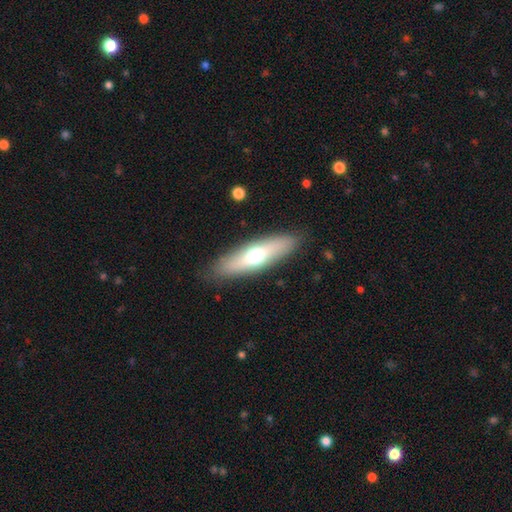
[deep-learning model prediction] This appears to be a smooth galaxy with no disk features (54%) that is cigar-shaped (62%). Merging: none (88%).